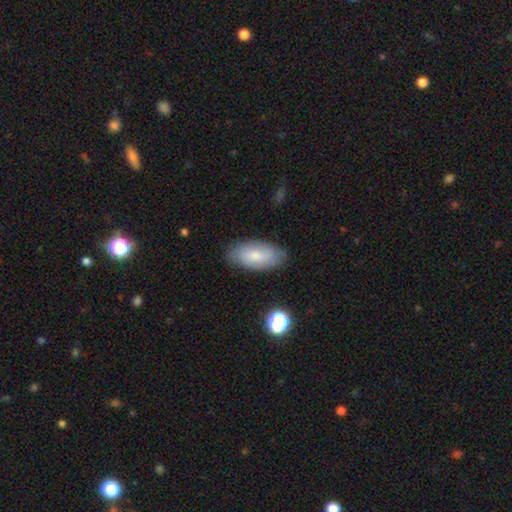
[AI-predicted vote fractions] smooth-or-featured: smooth: 68% | featured or disk: 25% | star or artifact: 7%
  how-rounded: in between: 91% | cigar-shaped: 6% | round: 3%
  merging: none: 80% | minor disturbance: 15% | major disturbance: 3% | merger: 2%